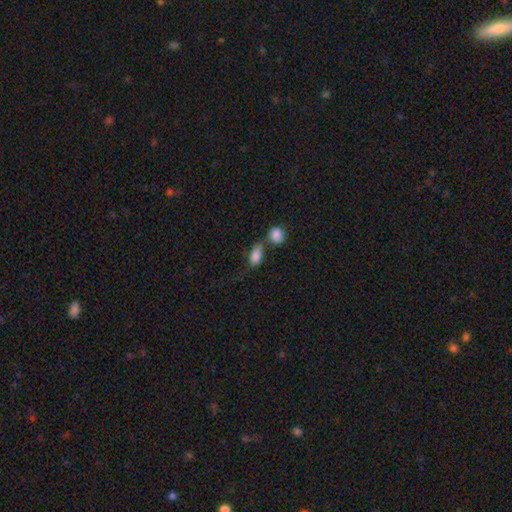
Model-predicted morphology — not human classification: This is clearly a smooth galaxy (83%). How rounded: clearly in between (86%). Merging: marginally merger (39%).